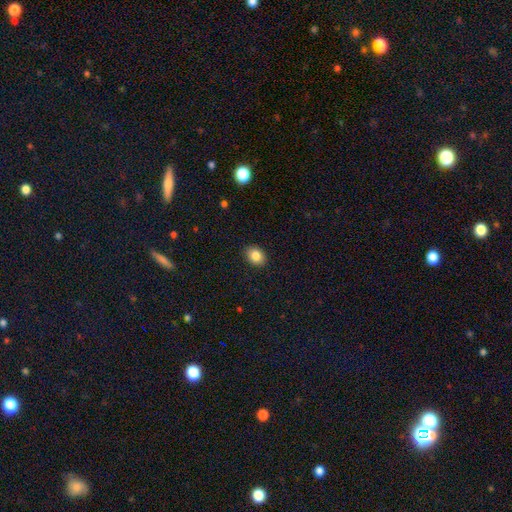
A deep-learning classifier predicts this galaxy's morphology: type=smooth (85%); roundness=in between (59%); merging=none (90%).